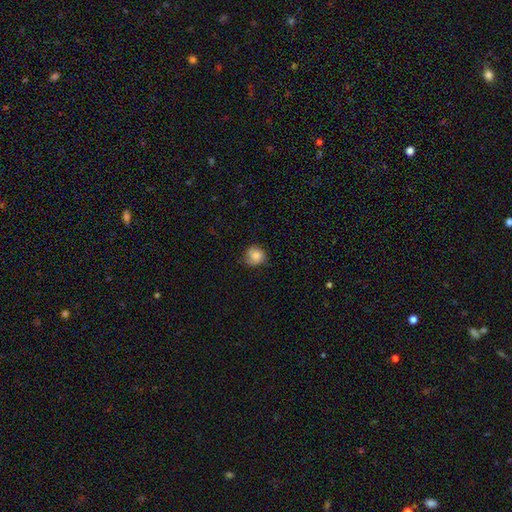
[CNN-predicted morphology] smooth_or_featured: smooth (p=0.81) [alt: featured or disk p=0.10]
how_rounded: round (p=0.83) [alt: in between p=0.16]
merging: none (p=0.66) [alt: minor disturbance p=0.26]